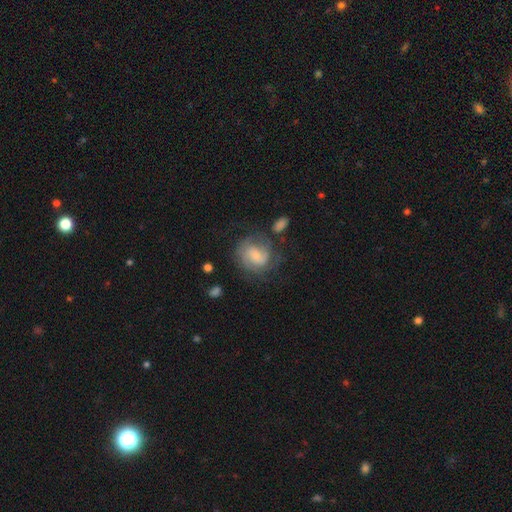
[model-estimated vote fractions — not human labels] A featured or disk galaxy (59%) with no bar (47%), spiral arms (86%) and a small central bulge (48%). Merging: none (59%).